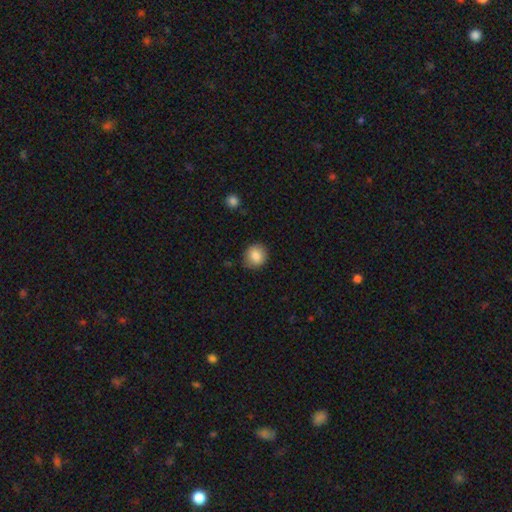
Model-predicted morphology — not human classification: type=smooth (85%); roundness=round (83%); merging=none (84%).